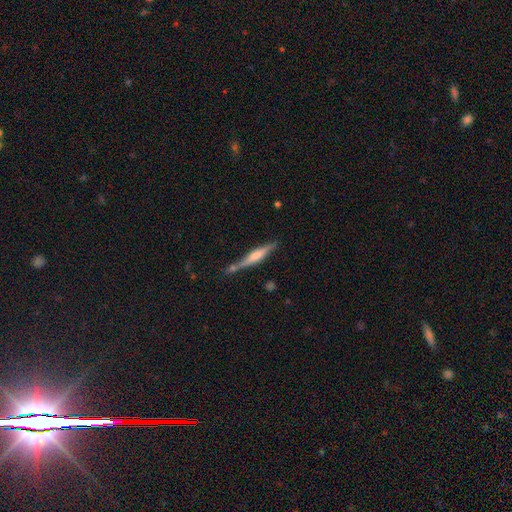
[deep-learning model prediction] smooth_or_featured: featured or disk (p=0.57) [alt: smooth p=0.37]
disk_edge_on: yes (p=0.95) [alt: no p=0.05]
edge_on_bulge: rounded (p=0.55) [alt: boxy p=0.30]
merging: none (p=0.69) [alt: minor disturbance p=0.16]